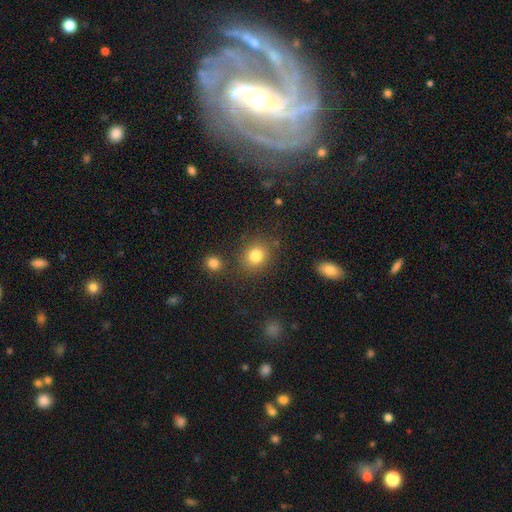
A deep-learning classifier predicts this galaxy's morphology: The model was most divided on "how rounded": round: 72%, in between: 27%, cigar-shaped: 1%. More confident: merging — none (81%); smooth or featured — smooth (81%).